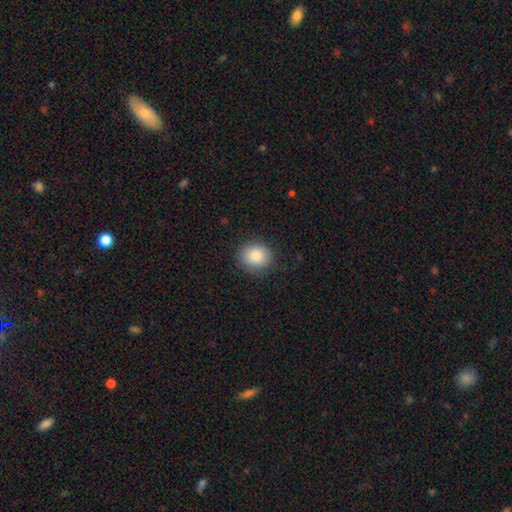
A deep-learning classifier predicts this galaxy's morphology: type=smooth (86%); roundness=round (78%); merging=none (88%).